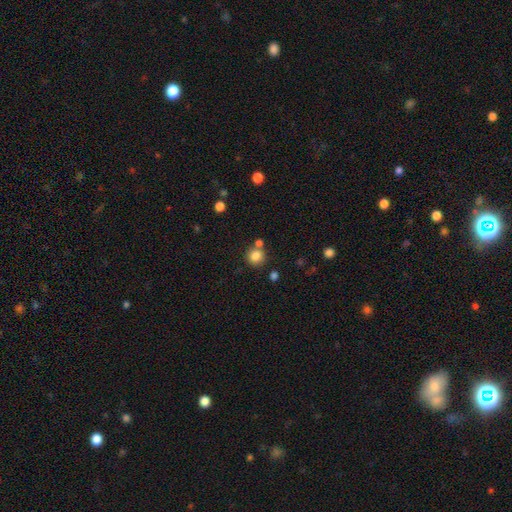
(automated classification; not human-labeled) Smooth or featured? smooth (83%)
How rounded? round (90%)
Merging? none (70%)